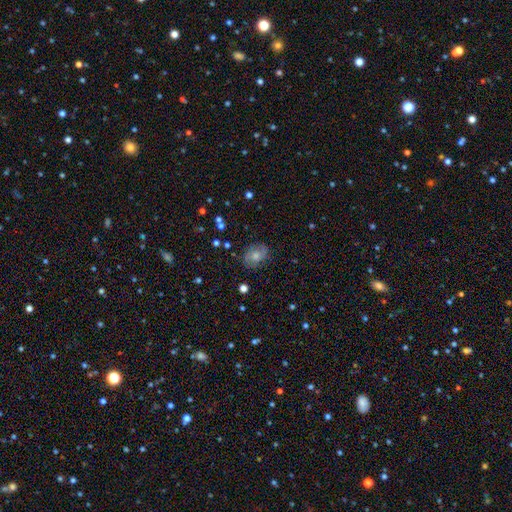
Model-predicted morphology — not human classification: smooth_or_featured: smooth (p=0.48) [alt: featured or disk p=0.41]
merging: none (p=0.78) [alt: minor disturbance p=0.16]